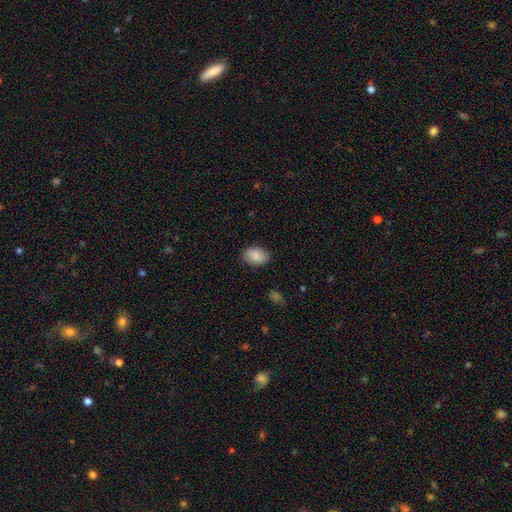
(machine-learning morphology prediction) Overall: smooth (88%). How rounded: in between (85%). Merging: none (86%).